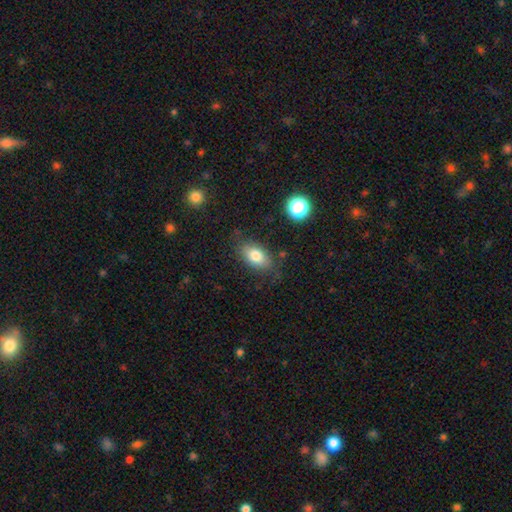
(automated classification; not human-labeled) The model was most divided on "merging": none: 78%, minor disturbance: 15%, major disturbance: 5%, merger: 2%. More confident: how rounded — in between (89%); smooth or featured — smooth (79%).